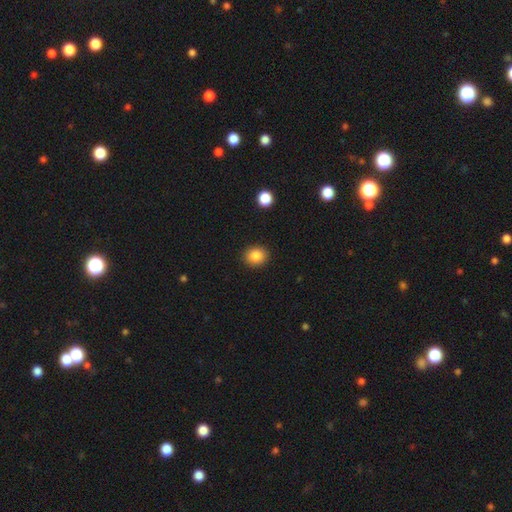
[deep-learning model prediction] This appears to be a smooth galaxy with no disk features (85%) that is round (70%). Merging: none (91%).